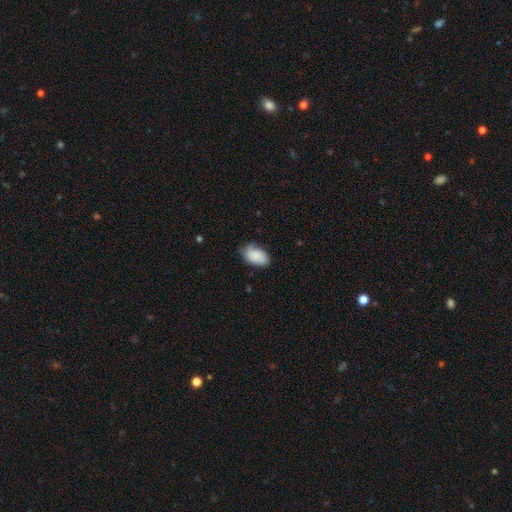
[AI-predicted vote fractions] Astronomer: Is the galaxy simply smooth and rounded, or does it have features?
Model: smooth — 68%.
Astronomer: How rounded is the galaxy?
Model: in between — 91%.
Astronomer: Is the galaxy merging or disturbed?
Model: none — 61%.